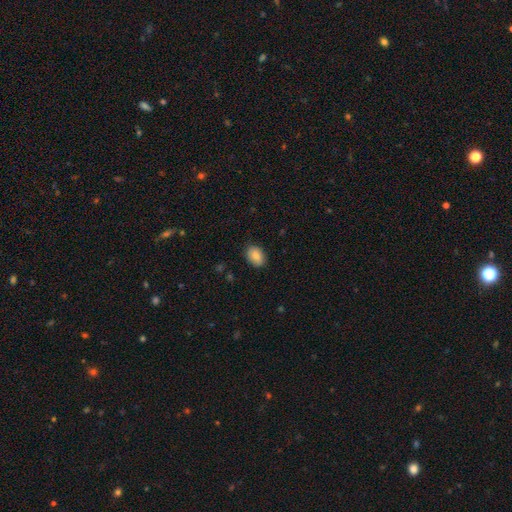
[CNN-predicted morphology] A smooth galaxy with no disk features (86%) that is in between round and cigar-shaped (77%).

Vote fractions:
- Smooth or featured? smooth: 86% / star or artifact: 7% / featured or disk: 7%
- How rounded? in between: 77% / round: 22% / cigar-shaped: 1%
- Merging? none: 86% / minor disturbance: 11% / major disturbance: 2% / merger: 1%